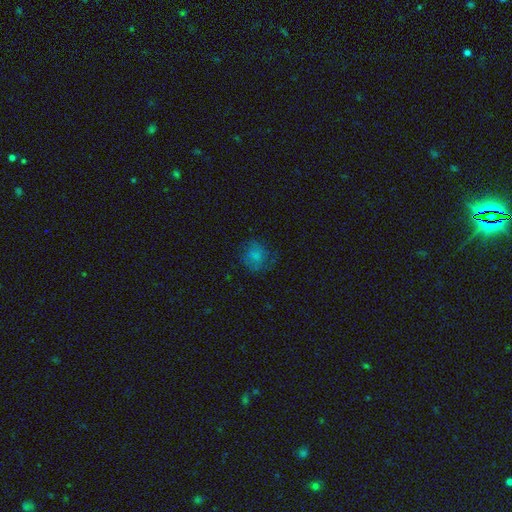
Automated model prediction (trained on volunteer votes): smooth_or_featured: smooth (p=0.73) [alt: featured or disk p=0.15]
how_rounded: round (p=0.81) [alt: in between p=0.18]
merging: none (p=0.70) [alt: minor disturbance p=0.20]